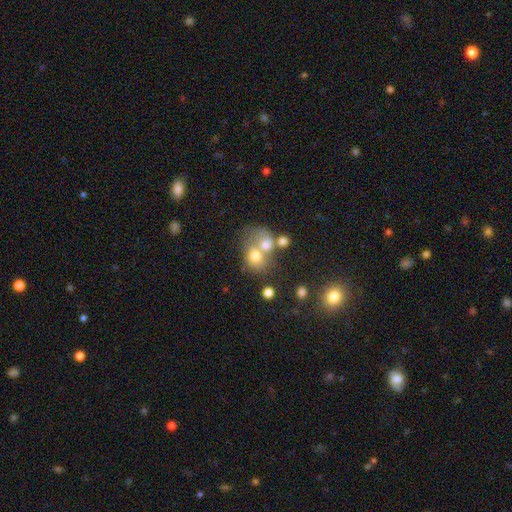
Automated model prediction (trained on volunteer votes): smooth-or-featured: smooth: 65% | featured or disk: 22% | star or artifact: 13%
  how-rounded: round: 61% | in between: 38% | cigar-shaped: 1%
  merging: merger: 62% | none: 22% | minor disturbance: 8% | major disturbance: 8%